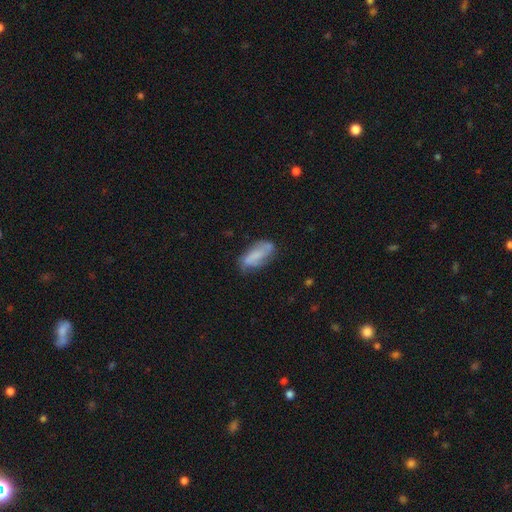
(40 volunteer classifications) featured or disk 68%, smooth 28%, star or artifact 5%. Down the decision tree: edge-on disk — no (93%); bar — weak (40%, tied with no); spiral arms — yes (80%); spiral arm count — 2 (70%); spiral winding — medium (65%); bulge size — none (48%); merging — none (63%).